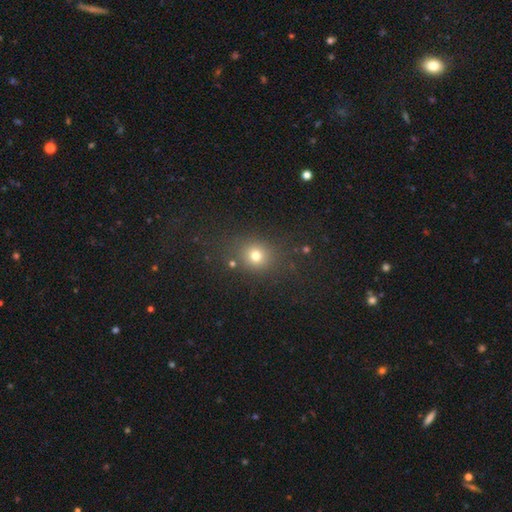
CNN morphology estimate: This is likely a smooth galaxy (74%). How rounded: likely round (77%). Merging: likely none (79%).